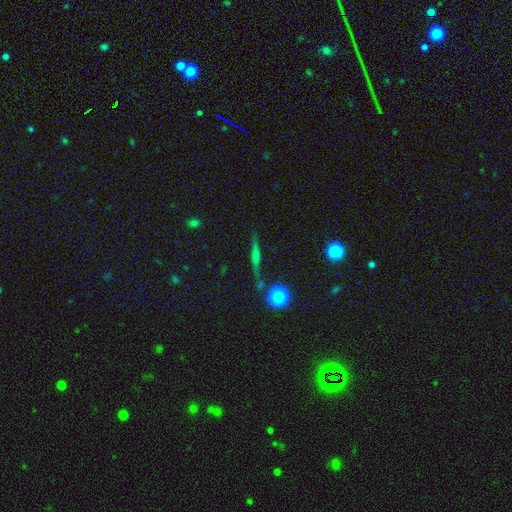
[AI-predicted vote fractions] Smooth or featured? smooth (44%)
Merging? none (76%)